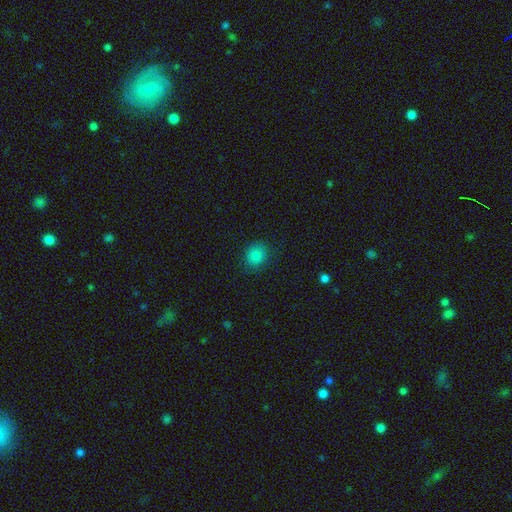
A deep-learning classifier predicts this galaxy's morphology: type=smooth (83%); roundness=round (65%); merging=none (86%).